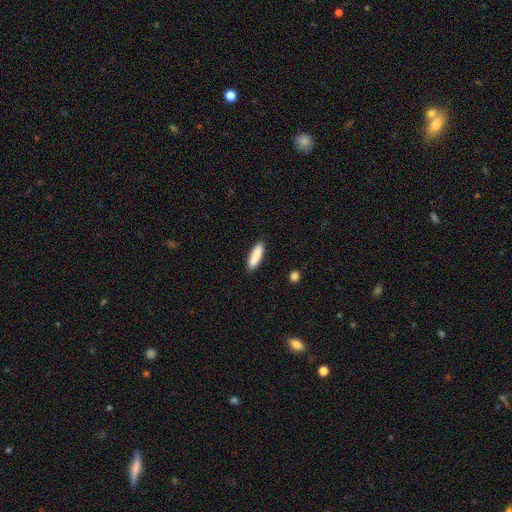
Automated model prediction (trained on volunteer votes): A smooth galaxy with no disk features (88%) that is cigar-shaped (64%). Merging: none (89%).